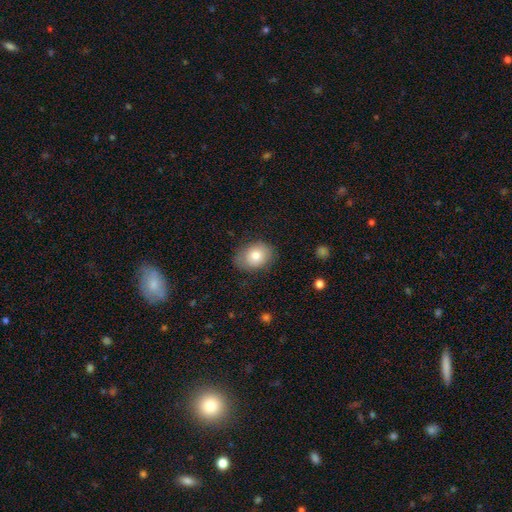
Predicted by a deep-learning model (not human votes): The model was most divided on "how rounded": in between: 62%, round: 37%, cigar-shaped: 1%. More confident: smooth or featured — smooth (78%); merging — none (77%).